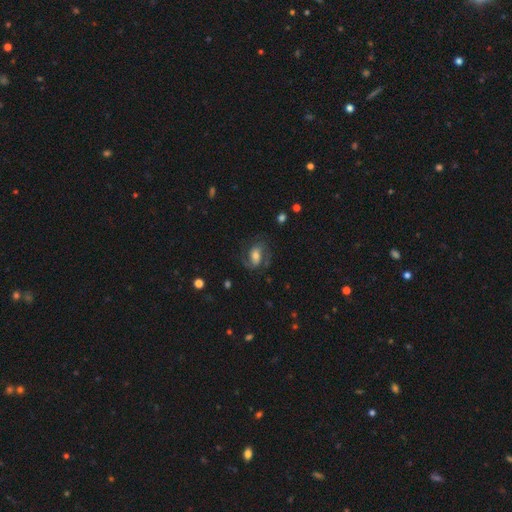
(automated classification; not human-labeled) Smooth or featured?
  - featured or disk: 69% *
  - smooth: 23%
  - star or artifact: 8%
Edge-on disk?
  - no: 97% *
  - yes: 3%
Bar?
  - weak: 40% *
  - no: 38%
  - strong: 22%
Spiral arms?
  - yes: 91% *
  - no: 9%
Spiral winding?
  - medium: 52% *
  - loose: 25%
  - tight: 23%
Spiral arm count?
  - 2: 85% *
  - can't tell: 7%
  - 1: 4%
  - 3: 2%
  - 4: 1%
  - more than 4: 1%
Bulge size?
  - moderate: 51% *
  - small: 27%
  - large: 16%
  - none: 3%
  - dominant: 2%
Merging?
  - none: 66% *
  - minor disturbance: 17%
  - major disturbance: 15%
  - merger: 2%